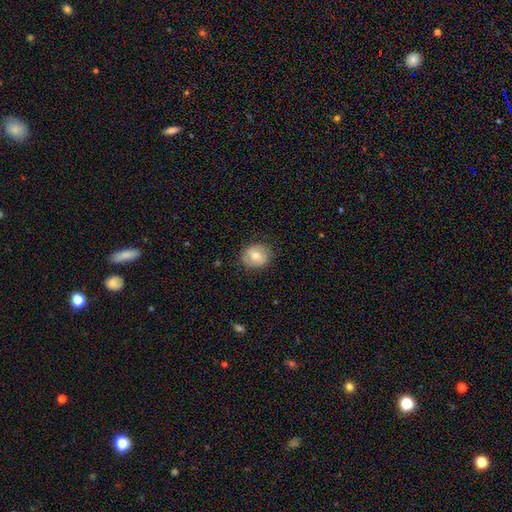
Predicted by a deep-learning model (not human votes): This appears to be a smooth galaxy with no disk features (68%) that is round (71%). Merging: none (82%).